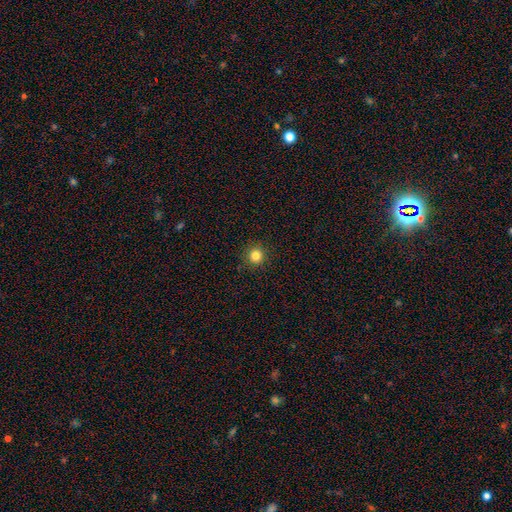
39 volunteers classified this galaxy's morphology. A smooth galaxy with no disk features (77%) that is round (97%).

Vote fractions:
- Smooth or featured? smooth: 77% / featured or disk: 13% / star or artifact: 10%
- How rounded? round: 97% / in between: 3% / cigar-shaped: 0%
- Merging? none: 94% / major disturbance: 6% / minor disturbance: 0% / merger: 0%